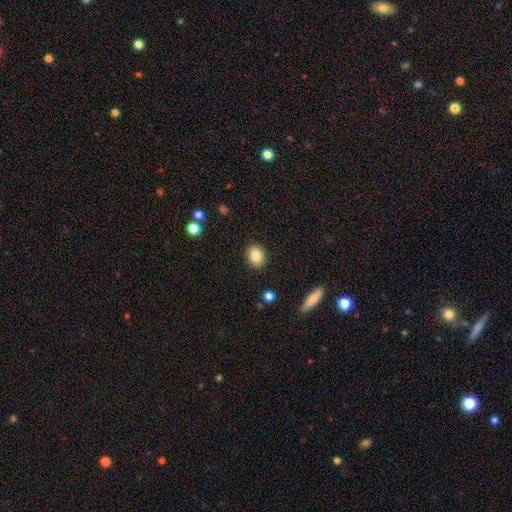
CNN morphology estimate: Overall: smooth (84%). How rounded: in between (51%; round 48%). Merging: none (89%).